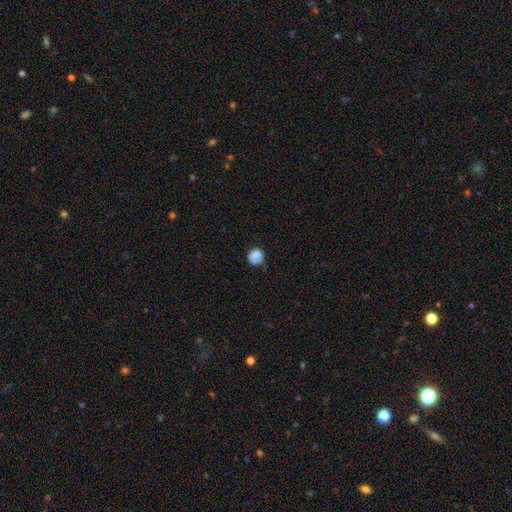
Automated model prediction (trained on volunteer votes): smooth-or-featured: smooth: 76% | featured or disk: 14% | star or artifact: 10%
  how-rounded: round: 82% | in between: 17% | cigar-shaped: 1%
  merging: none: 58% | minor disturbance: 28% | major disturbance: 11% | merger: 3%